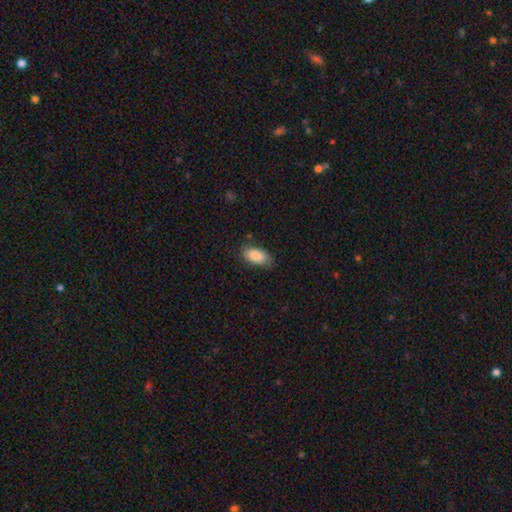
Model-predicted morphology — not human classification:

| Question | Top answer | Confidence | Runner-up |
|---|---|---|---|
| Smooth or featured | smooth | 85% | featured or disk (8%) |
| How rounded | in between | 93% | round (3%) |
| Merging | none | 78% | minor disturbance (17%) |